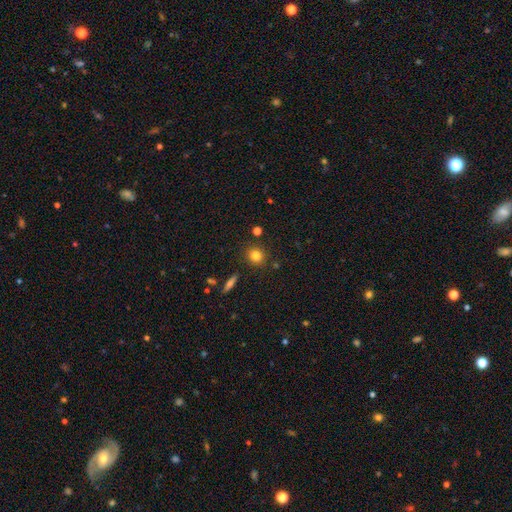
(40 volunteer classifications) smooth_or_featured: smooth (p=0.85) [alt: featured or disk p=0.07]
how_rounded: round (p=0.91) [alt: in between p=0.09]
merging: none (p=0.97) [alt: merger p=0.03]